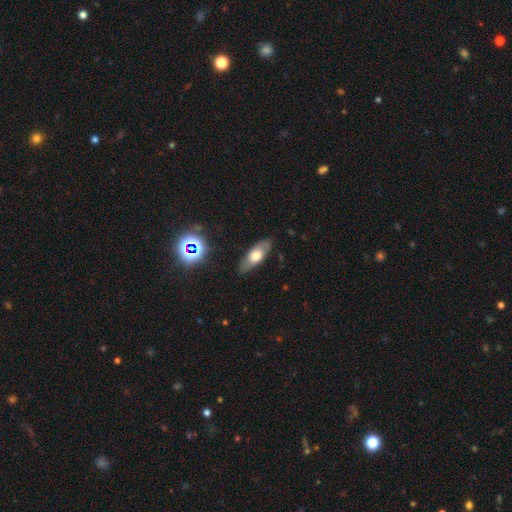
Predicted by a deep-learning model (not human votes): A smooth galaxy with no disk features (49%). Merging: none (81%).